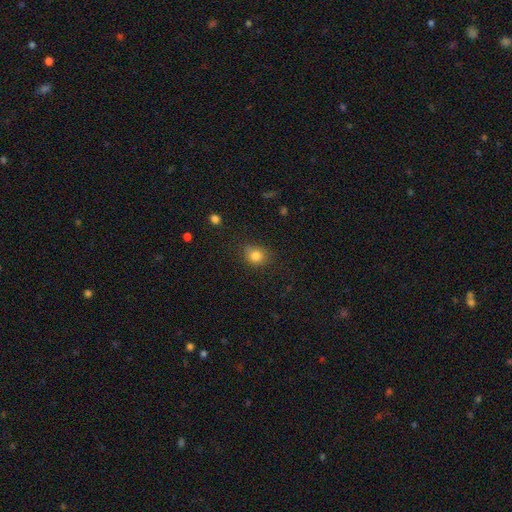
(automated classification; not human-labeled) Smooth or featured?
  - smooth: 82% *
  - star or artifact: 11%
  - featured or disk: 7%
How rounded?
  - round: 68% *
  - in between: 31%
  - cigar-shaped: 1%
Merging?
  - none: 70% *
  - minor disturbance: 22%
  - major disturbance: 6%
  - merger: 2%